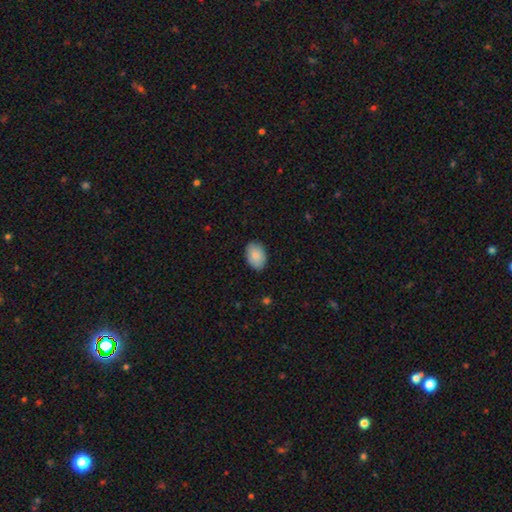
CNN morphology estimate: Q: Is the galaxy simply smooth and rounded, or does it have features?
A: smooth — 89%.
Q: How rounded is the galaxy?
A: in between — 86%.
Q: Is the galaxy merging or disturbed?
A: none — 86%.